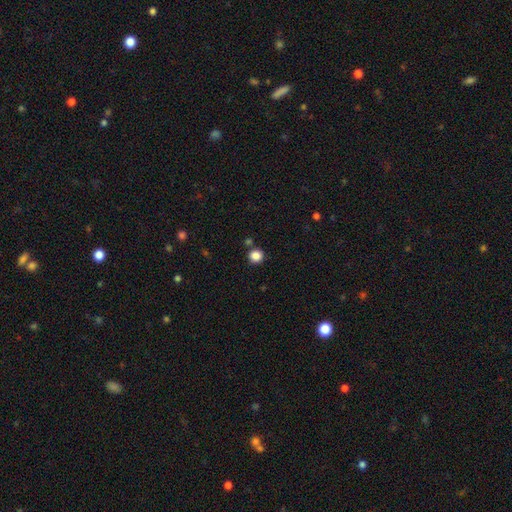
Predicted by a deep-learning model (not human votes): This is clearly a smooth galaxy (86%). How rounded: clearly round (92%). Merging: clearly none (84%).